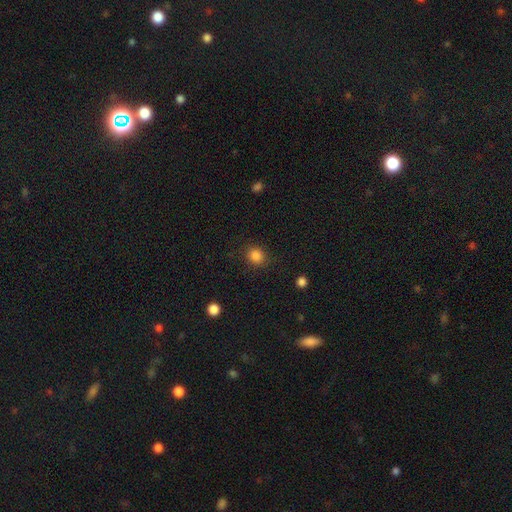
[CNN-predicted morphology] A smooth galaxy with no disk features (85%) that is round (81%).

Vote fractions:
- Smooth or featured? smooth: 85% / star or artifact: 11% / featured or disk: 4%
- How rounded? round: 81% / in between: 19% / cigar-shaped: 1%
- Merging? none: 86% / minor disturbance: 9% / major disturbance: 4% / merger: 1%